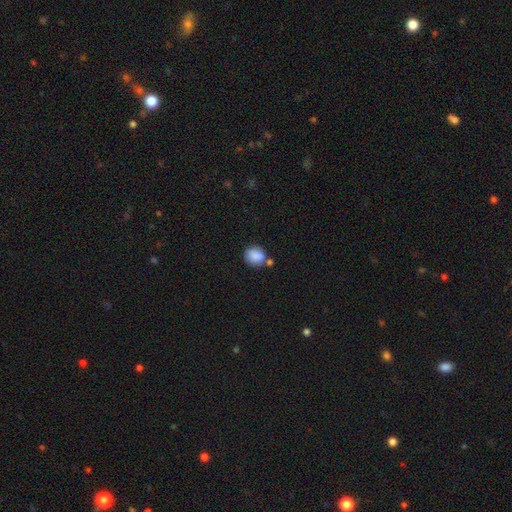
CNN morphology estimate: A smooth galaxy with no disk features (86%) that is round (62%).

Vote fractions:
- Smooth or featured? smooth: 86% / star or artifact: 8% / featured or disk: 6%
- How rounded? round: 62% / in between: 37% / cigar-shaped: 1%
- Merging? none: 60% / merger: 19% / minor disturbance: 17% / major disturbance: 4%